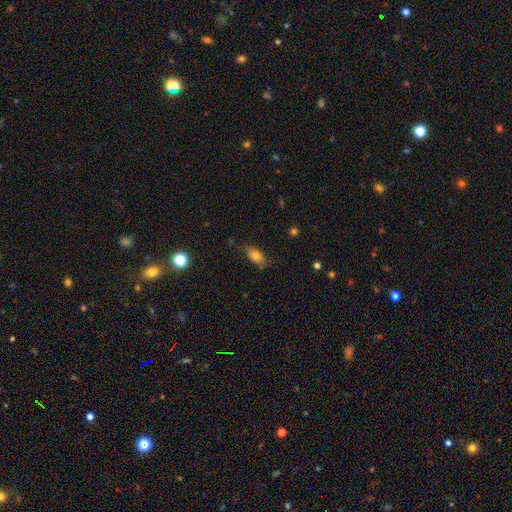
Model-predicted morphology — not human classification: Smooth or featured? Predicted: smooth (p=0.76). How rounded? Predicted: in between (p=0.85). Merging? Predicted: none (p=0.71).